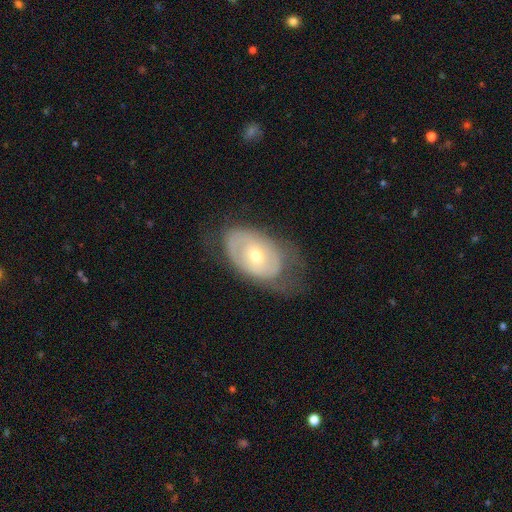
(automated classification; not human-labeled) Smooth or featured? Predicted: featured or disk (p=0.56). Edge-on disk? Predicted: no (p=0.92). Bar? Predicted: no (p=0.77). Spiral arms? Predicted: no (p=0.60). Bulge size? Predicted: moderate (p=0.56). Merging? Predicted: none (p=0.51).